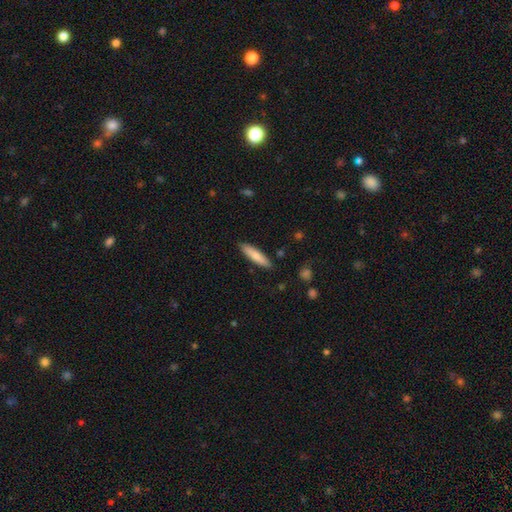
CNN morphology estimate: Smooth or featured? smooth (77%)
How rounded? cigar-shaped (81%)
Merging? none (89%)